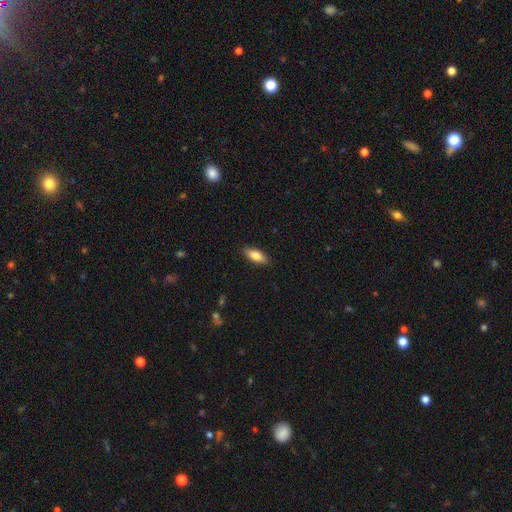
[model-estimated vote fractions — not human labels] This appears to be a smooth galaxy with no disk features (76%) that is in between round and cigar-shaped (75%). Merging: none (87%).